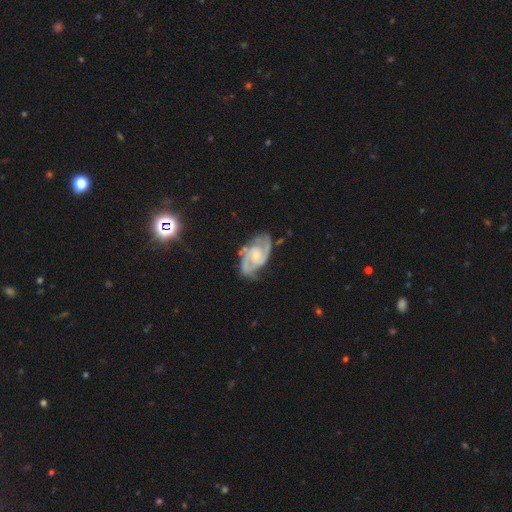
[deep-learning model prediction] Morphology: type=featured or disk (90%); edge-on=no (97%); bar=no (50%); spiral arms=yes (98%); winding=medium (52%); arm count=2 (89%); bulge=small (57%); merging=none (73%).